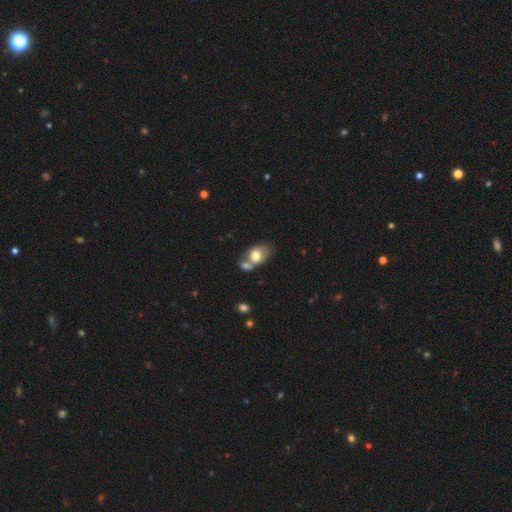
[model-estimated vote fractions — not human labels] Smooth or featured: smooth — 74% (featured or disk — 18%)
How rounded: in between — 73% (round — 26%)
Merging: merger — 56% (none — 27%)